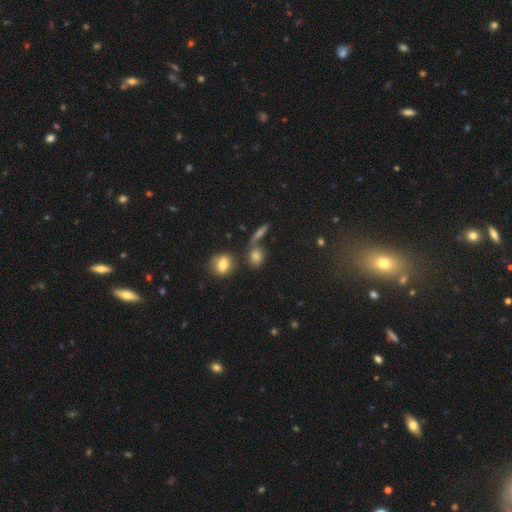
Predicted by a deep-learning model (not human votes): A smooth galaxy with no disk features (73%) that is round (56%). Merging: none (61%).